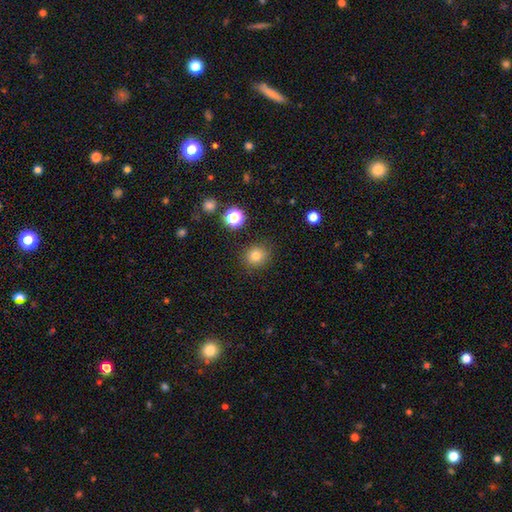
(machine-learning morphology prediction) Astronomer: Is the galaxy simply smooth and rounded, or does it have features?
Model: smooth — 80%.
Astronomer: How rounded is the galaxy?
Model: round — 86%.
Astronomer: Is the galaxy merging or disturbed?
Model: none — 88%.